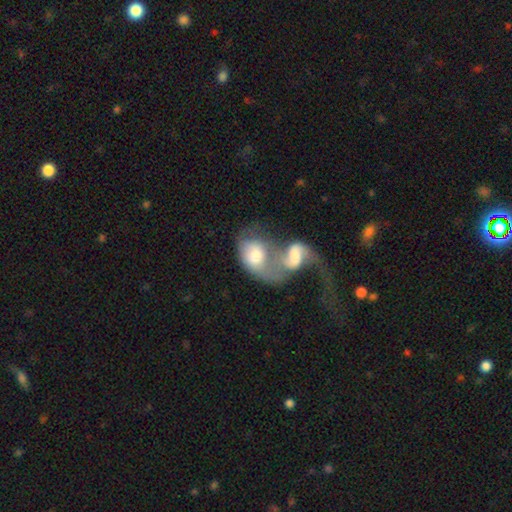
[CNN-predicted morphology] Smooth or featured?
  - smooth: 51% *
  - featured or disk: 43%
  - star or artifact: 6%
How rounded?
  - in between: 80% *
  - round: 18%
  - cigar-shaped: 2%
Merging?
  - merger: 76% *
  - major disturbance: 11%
  - none: 8%
  - minor disturbance: 5%